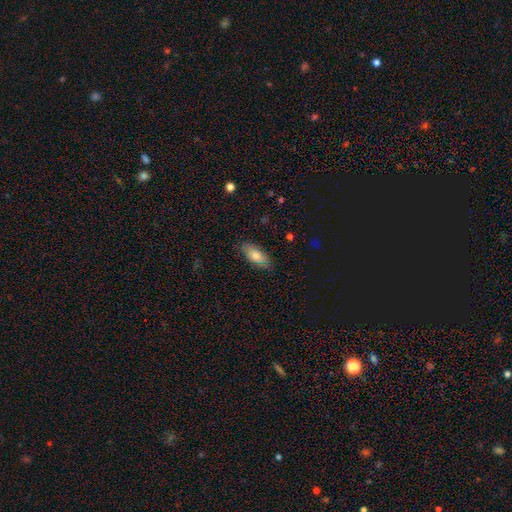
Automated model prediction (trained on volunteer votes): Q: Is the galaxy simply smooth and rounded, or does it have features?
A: smooth — 80%.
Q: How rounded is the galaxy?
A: in between — 86%.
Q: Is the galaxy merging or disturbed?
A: none — 84%.